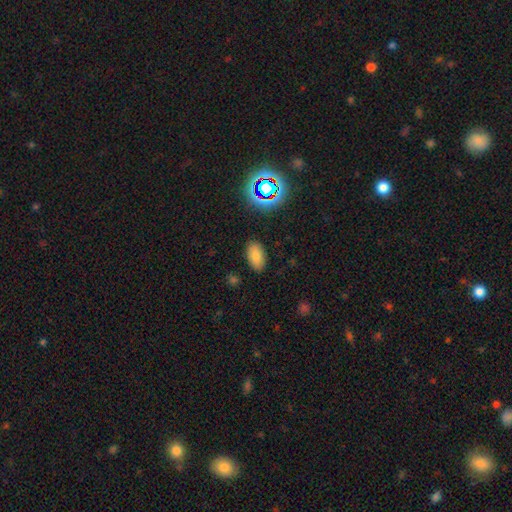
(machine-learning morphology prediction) Overall: smooth (77%). How rounded: in between (93%). Merging: none (87%).